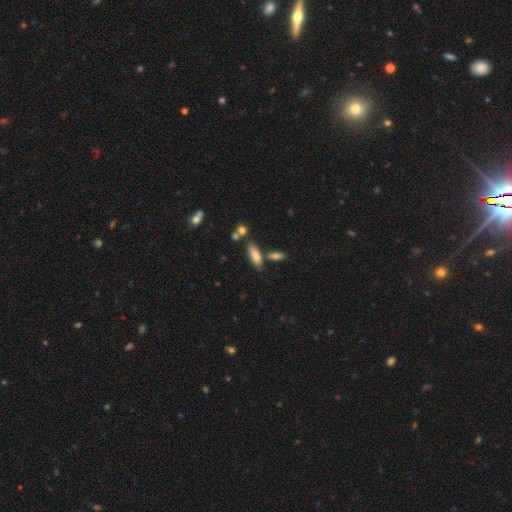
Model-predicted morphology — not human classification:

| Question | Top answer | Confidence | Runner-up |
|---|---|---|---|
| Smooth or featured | smooth | 77% | featured or disk (14%) |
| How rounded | in between | 67% | cigar-shaped (31%) |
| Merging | none | 61% | merger (18%) |